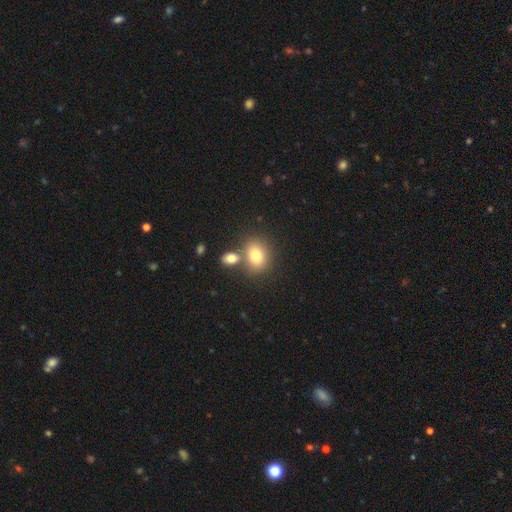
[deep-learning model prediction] smooth 78%, featured or disk 12%, star or artifact 11%. Down the decision tree: how rounded — in between (54%); merging — none (58%).